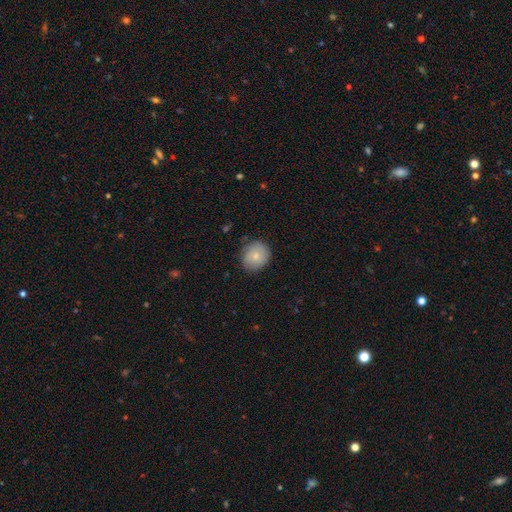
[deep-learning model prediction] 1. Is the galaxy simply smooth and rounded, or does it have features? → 72% smooth, 20% featured or disk, 7% star or artifact.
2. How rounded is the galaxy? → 81% round, 18% in between, 1% cigar-shaped.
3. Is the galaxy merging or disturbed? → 78% none, 17% minor disturbance, 4% major disturbance, 1% merger.